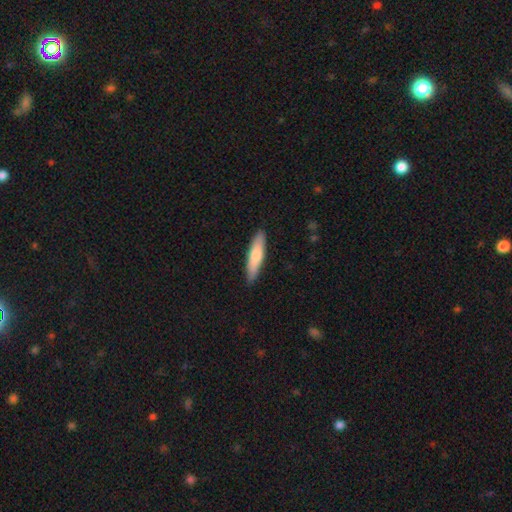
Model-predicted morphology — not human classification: This appears to be a smooth galaxy with no disk features (76%) that is cigar-shaped (79%). Merging: none (89%).